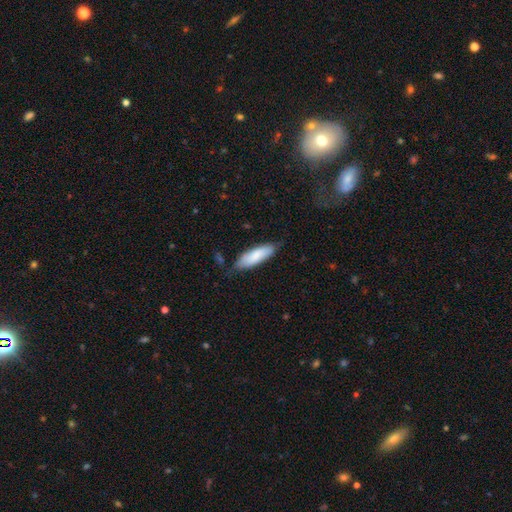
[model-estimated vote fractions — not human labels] This is clearly a smooth galaxy (83%). How rounded: possibly in between (54%). Merging: likely none (72%).